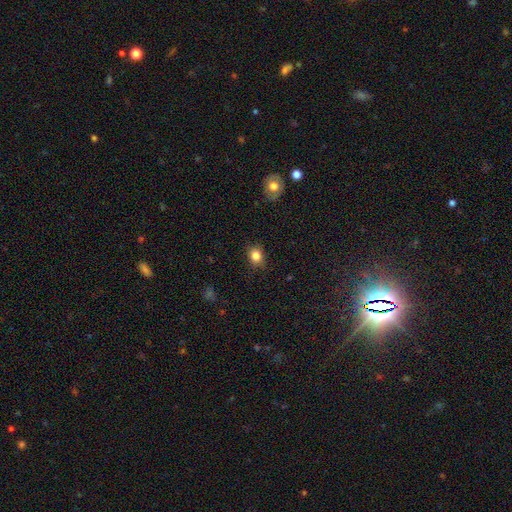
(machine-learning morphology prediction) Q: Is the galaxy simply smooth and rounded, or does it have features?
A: smooth — 84%.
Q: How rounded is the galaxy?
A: round — 55%.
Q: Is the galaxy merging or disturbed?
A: none — 83%.